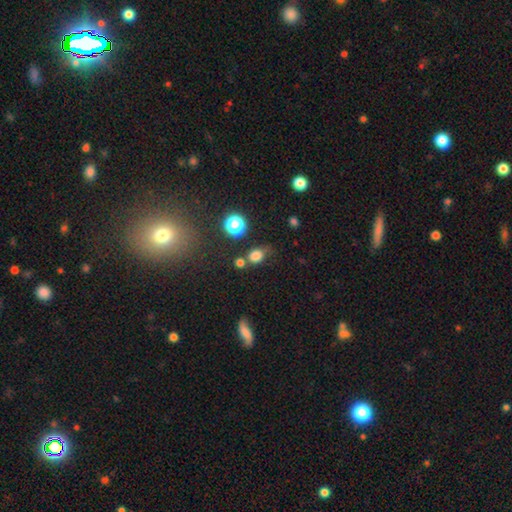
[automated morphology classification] A smooth galaxy with no disk features (78%) that is round (55%). Merging: none (53%).